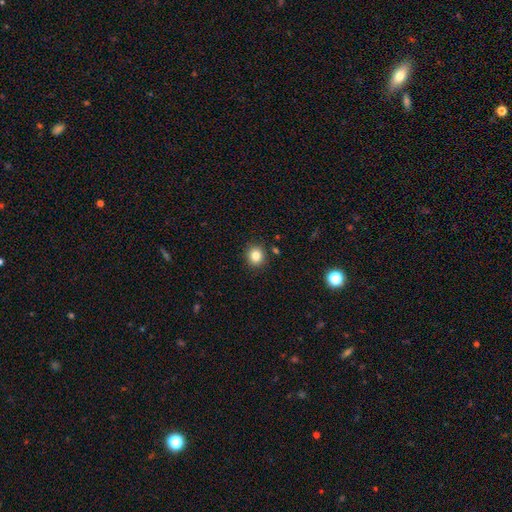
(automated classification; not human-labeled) smooth-or-featured: smooth: 83% | star or artifact: 11% | featured or disk: 6%
  how-rounded: round: 86% | in between: 13% | cigar-shaped: 1%
  merging: none: 89% | minor disturbance: 7% | merger: 2% | major disturbance: 2%